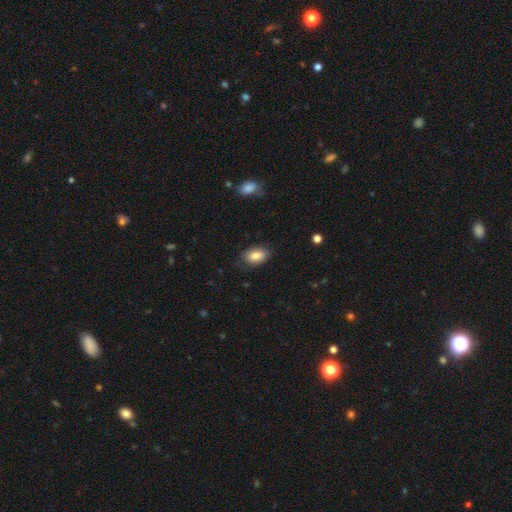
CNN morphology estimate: type=smooth (83%); roundness=in between (89%); merging=none (79%).